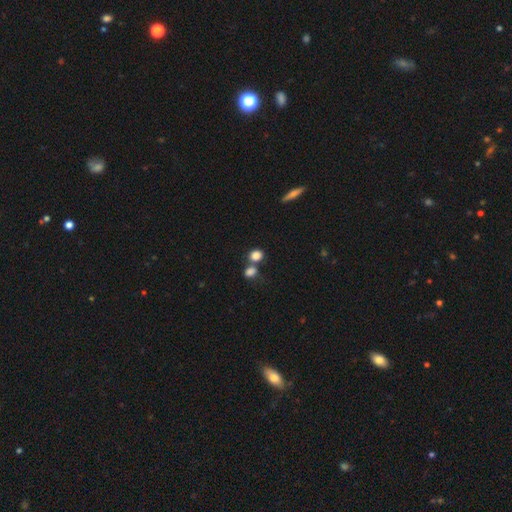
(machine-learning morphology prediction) smooth-or-featured: smooth: 83% | star or artifact: 11% | featured or disk: 6%
  how-rounded: round: 58% | in between: 40% | cigar-shaped: 2%
  merging: none: 47% | merger: 40% | minor disturbance: 9% | major disturbance: 4%